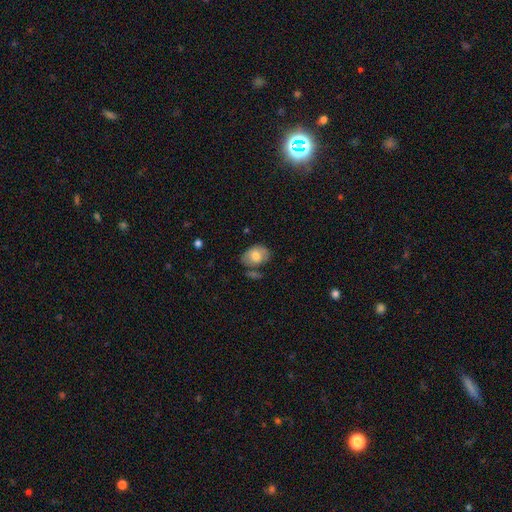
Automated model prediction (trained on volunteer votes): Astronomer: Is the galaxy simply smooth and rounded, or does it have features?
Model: smooth — 73%.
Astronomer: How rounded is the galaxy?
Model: in between — 76%.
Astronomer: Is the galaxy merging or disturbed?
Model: none — 58%.